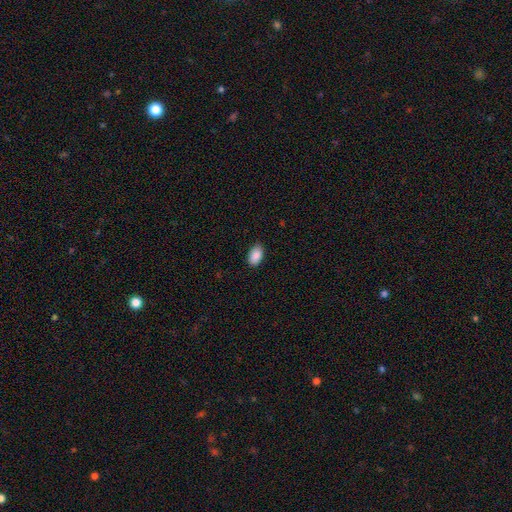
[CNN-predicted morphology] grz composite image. It shows a smooth galaxy with no disk features (89%) that is in between round and cigar-shaped (93%). Merging: none (85%).